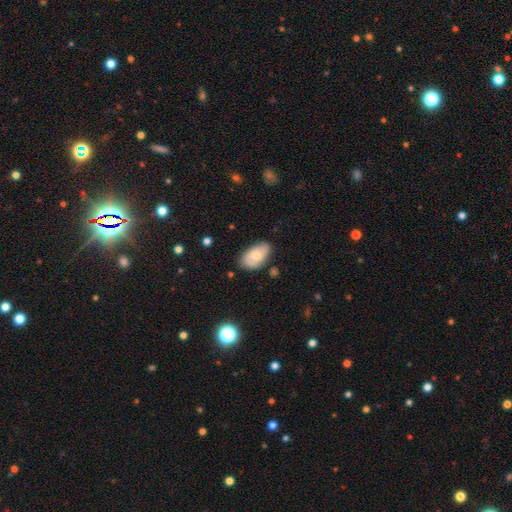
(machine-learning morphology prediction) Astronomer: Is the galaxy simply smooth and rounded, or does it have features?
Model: smooth — 69%.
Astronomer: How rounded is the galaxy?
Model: in between — 94%.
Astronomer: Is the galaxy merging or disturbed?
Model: none — 73%.